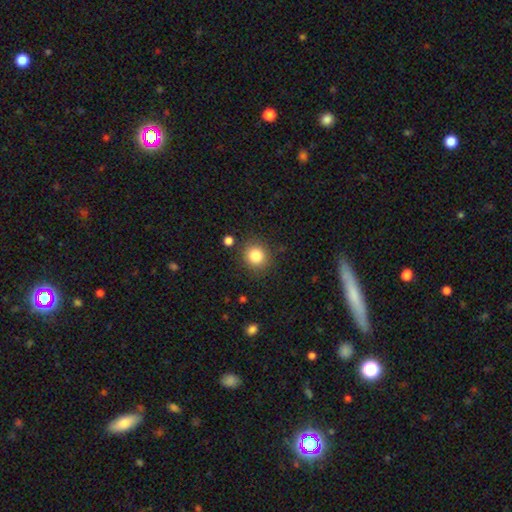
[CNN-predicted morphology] A smooth galaxy with no disk features (84%) that is round (85%).

Vote fractions:
- Smooth or featured? smooth: 84% / star or artifact: 11% / featured or disk: 5%
- How rounded? round: 85% / in between: 14% / cigar-shaped: 1%
- Merging? none: 85% / minor disturbance: 8% / major disturbance: 3% / merger: 3%